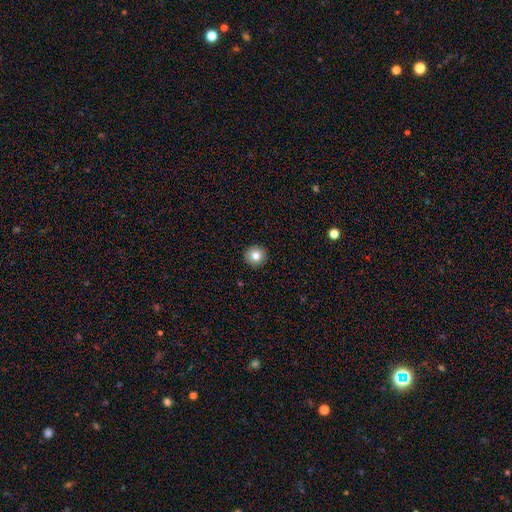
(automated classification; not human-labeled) Overall: smooth (82%). How rounded: round (95%). Merging: none (93%).